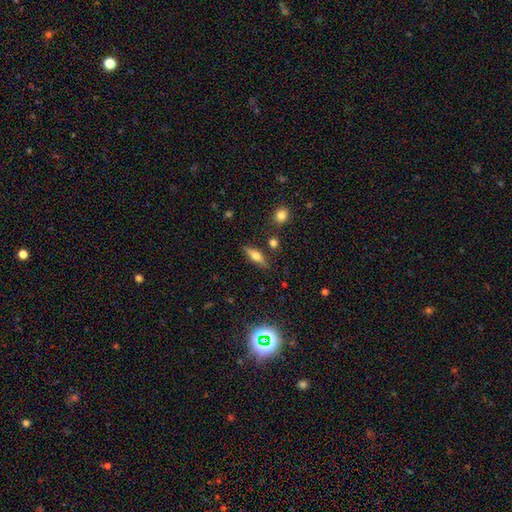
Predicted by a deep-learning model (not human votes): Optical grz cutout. It shows a smooth galaxy with no disk features (52%) that is in between round and cigar-shaped (51%). Merging: none (81%).